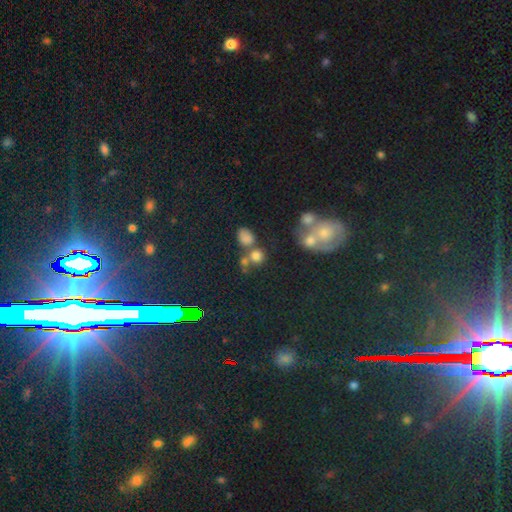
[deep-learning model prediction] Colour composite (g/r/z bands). It shows a smooth galaxy with no disk features (72%) that is round (82%). Merging: none (51%).